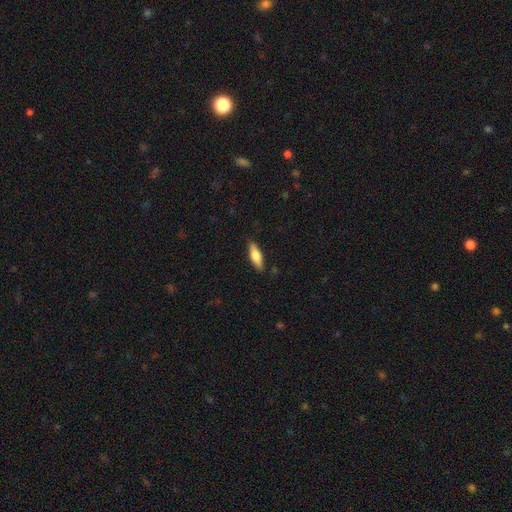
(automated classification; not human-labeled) The model was most divided on "how rounded": in between: 51%, cigar-shaped: 47%, round: 2%. More confident: merging — none (87%); smooth or featured — smooth (65%).